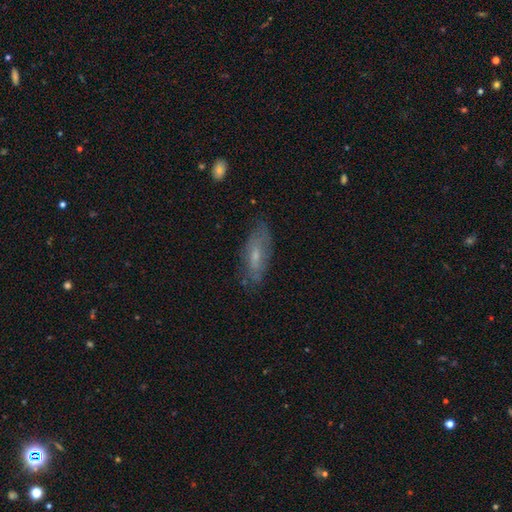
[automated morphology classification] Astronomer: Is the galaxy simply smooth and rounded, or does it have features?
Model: featured or disk — 46% (runner-up: smooth, 45%).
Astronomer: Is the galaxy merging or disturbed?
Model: none — 73%.